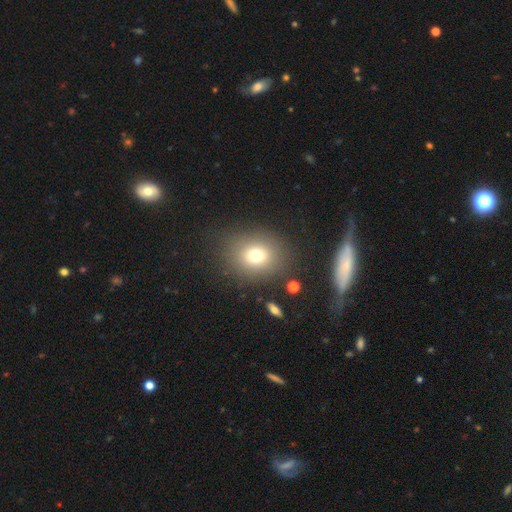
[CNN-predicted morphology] A smooth galaxy with no disk features (72%) that is round (62%).

Vote fractions:
- Smooth or featured? smooth: 72% / star or artifact: 15% / featured or disk: 13%
- How rounded? round: 62% / in between: 37% / cigar-shaped: 1%
- Merging? none: 82% / minor disturbance: 10% / major disturbance: 6% / merger: 3%